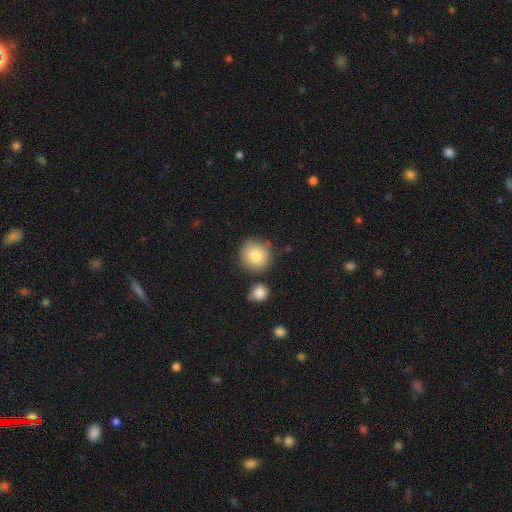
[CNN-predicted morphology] The model was most divided on "merging": none: 79%, minor disturbance: 10%, merger: 9%, major disturbance: 3%. More confident: how rounded — round (92%); smooth or featured — smooth (83%).